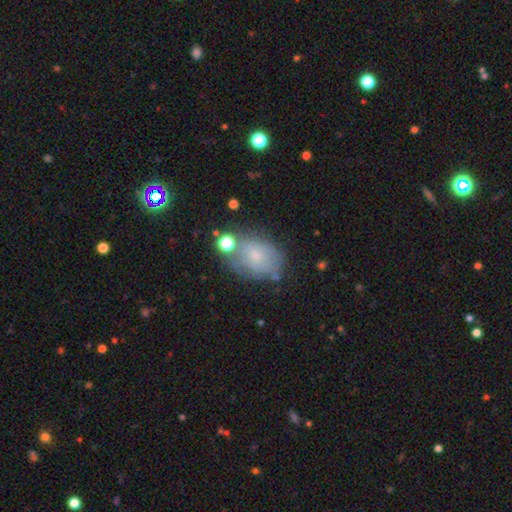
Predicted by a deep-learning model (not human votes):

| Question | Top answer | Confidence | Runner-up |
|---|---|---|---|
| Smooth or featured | smooth | 56% | featured or disk (30%) |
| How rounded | in between | 69% | round (30%) |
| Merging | none | 55% | minor disturbance (25%) |